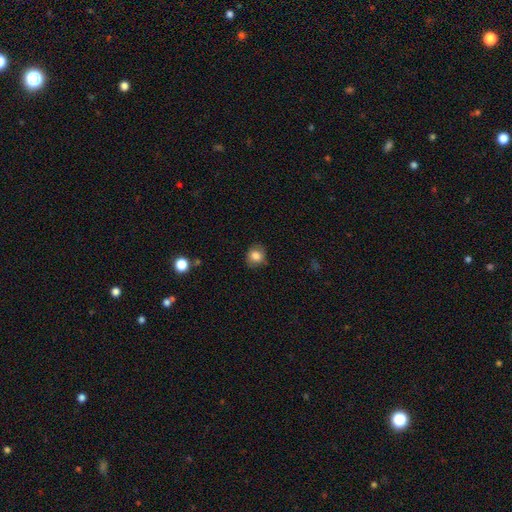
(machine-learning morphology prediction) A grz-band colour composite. It shows a smooth galaxy with no disk features (81%) that is round (74%). Merging: none (79%).